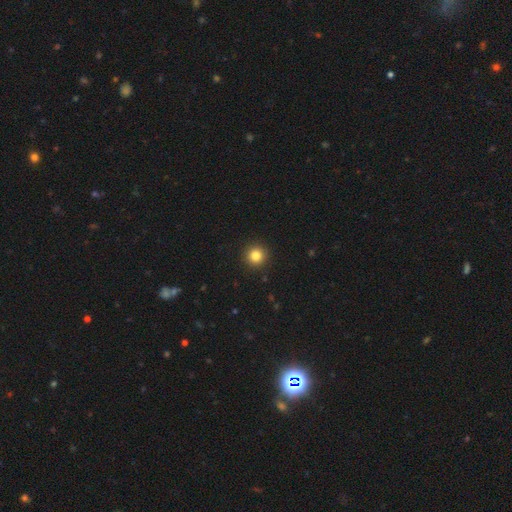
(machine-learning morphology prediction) smooth-or-featured: smooth: 83% | star or artifact: 12% | featured or disk: 5%
  how-rounded: round: 96% | in between: 3% | cigar-shaped: 1%
  merging: none: 93% | minor disturbance: 4% | major disturbance: 2% | merger: 1%